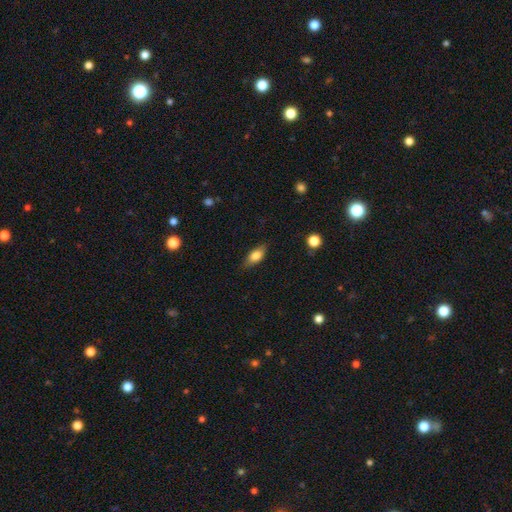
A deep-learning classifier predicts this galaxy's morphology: smooth_or_featured: smooth (p=0.77) [alt: featured or disk p=0.16]
how_rounded: in between (p=0.83) [alt: cigar-shaped p=0.12]
merging: none (p=0.81) [alt: minor disturbance p=0.15]